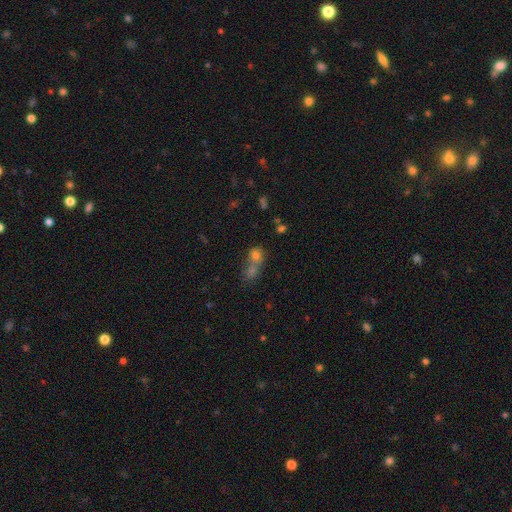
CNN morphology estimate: Smooth or featured: smooth — 72% (star or artifact — 15%)
How rounded: round — 58% (in between — 39%)
Merging: merger — 64% (none — 24%)